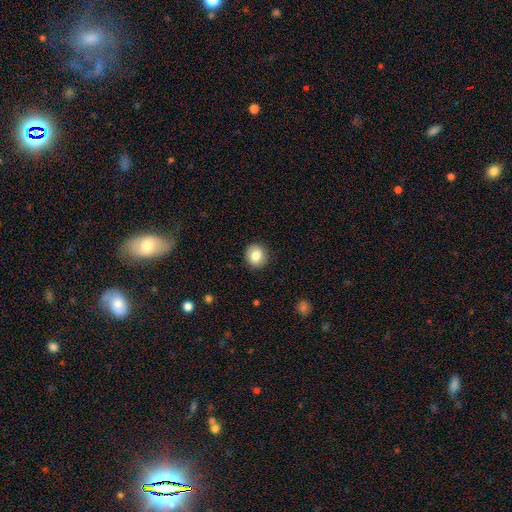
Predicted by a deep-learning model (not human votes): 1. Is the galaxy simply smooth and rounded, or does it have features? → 83% smooth, 9% star or artifact, 8% featured or disk.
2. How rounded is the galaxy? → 86% round, 13% in between, 1% cigar-shaped.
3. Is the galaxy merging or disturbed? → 89% none, 8% minor disturbance, 2% major disturbance, 1% merger.